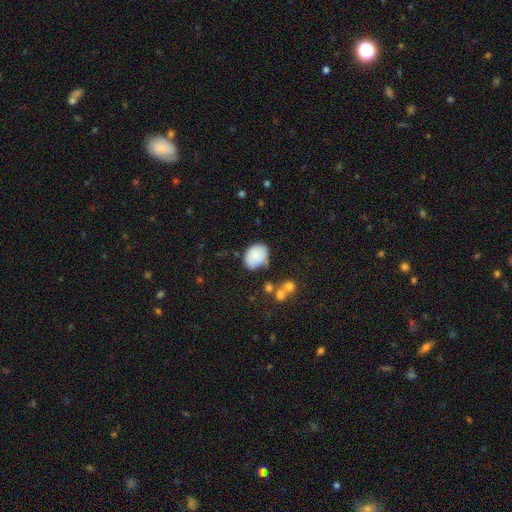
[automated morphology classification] This appears to be a smooth galaxy with no disk features (83%) that is in between round and cigar-shaped (66%). Merging: none (64%).